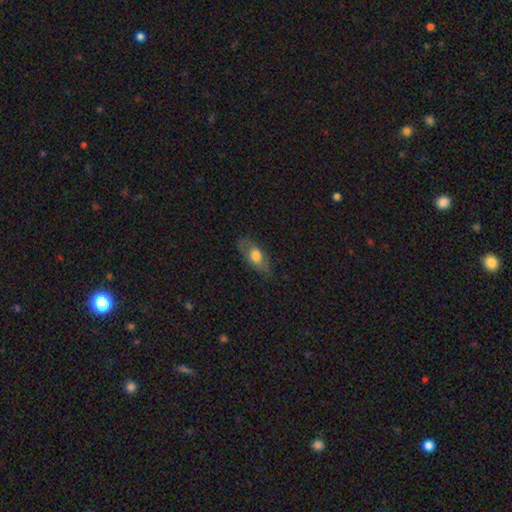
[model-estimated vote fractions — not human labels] Morphology: type=smooth (58%); roundness=in between (78%); merging=none (69%).